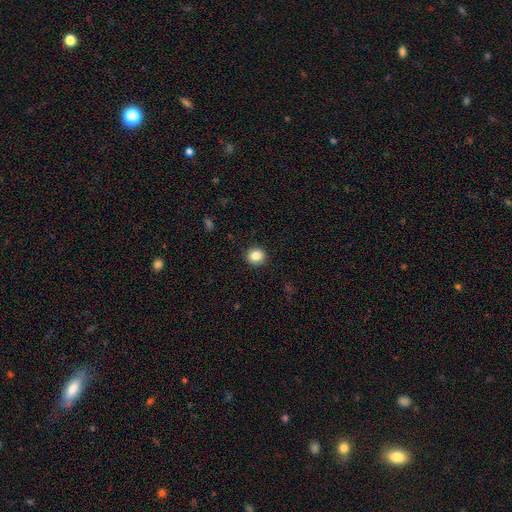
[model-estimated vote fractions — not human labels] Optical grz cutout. It shows a smooth galaxy with no disk features (85%) that is round (85%). Merging: none (91%).